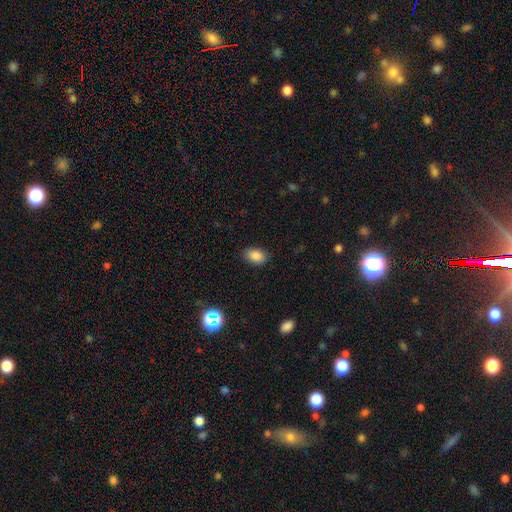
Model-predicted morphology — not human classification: Smooth or featured? Predicted: smooth (p=0.85). How rounded? Predicted: in between (p=0.86). Merging? Predicted: none (p=0.85).